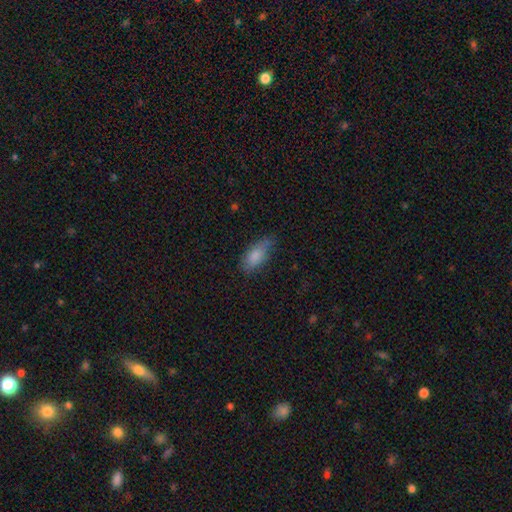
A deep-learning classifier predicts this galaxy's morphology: Smooth or featured: smooth — 84% (featured or disk — 9%)
How rounded: in between — 86% (cigar-shaped — 12%)
Merging: none — 63% (minor disturbance — 29%)